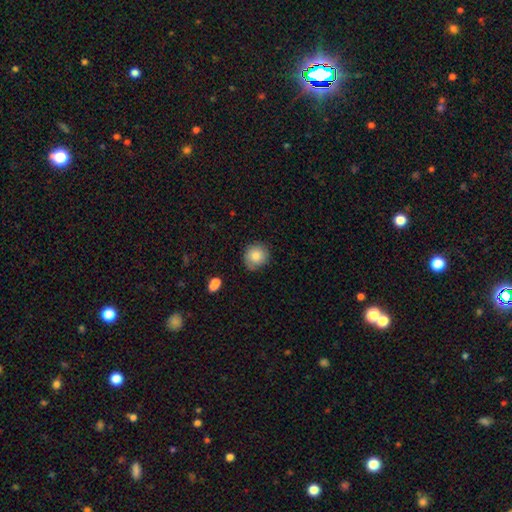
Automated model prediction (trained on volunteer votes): Smooth or featured? smooth (84%)
How rounded? round (87%)
Merging? none (79%)